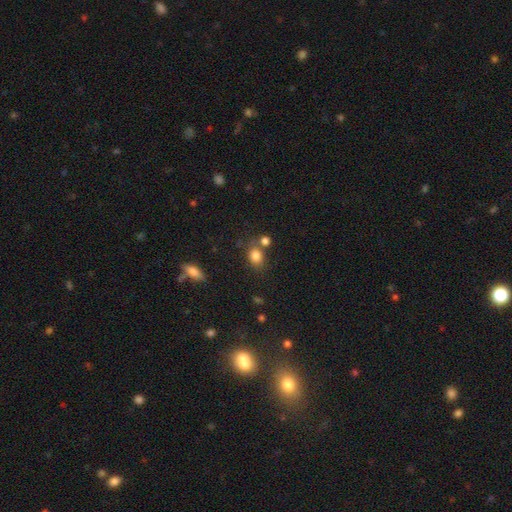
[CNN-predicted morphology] type=smooth (82%); roundness=in between (57%); merging=none (64%).